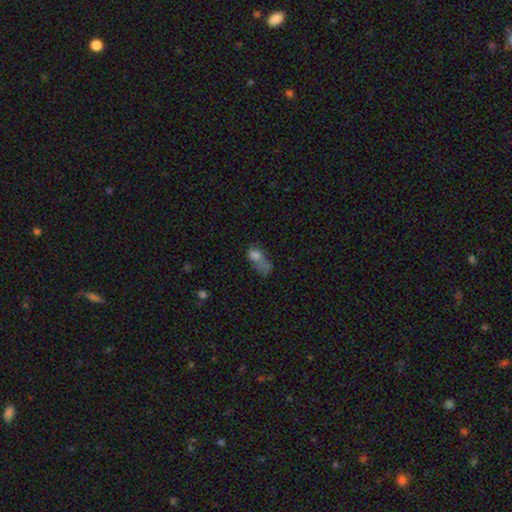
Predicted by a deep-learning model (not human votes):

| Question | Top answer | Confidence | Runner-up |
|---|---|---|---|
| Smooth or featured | smooth | 64% | featured or disk (20%) |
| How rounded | in between | 68% | round (26%) |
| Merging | merger | 38% | major disturbance (28%) |